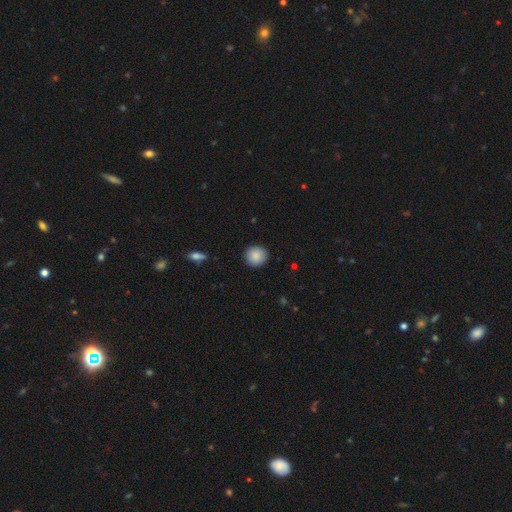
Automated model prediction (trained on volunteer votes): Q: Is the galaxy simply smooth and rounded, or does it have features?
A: smooth — 88%.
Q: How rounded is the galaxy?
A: round — 92%.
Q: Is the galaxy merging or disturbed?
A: none — 92%.